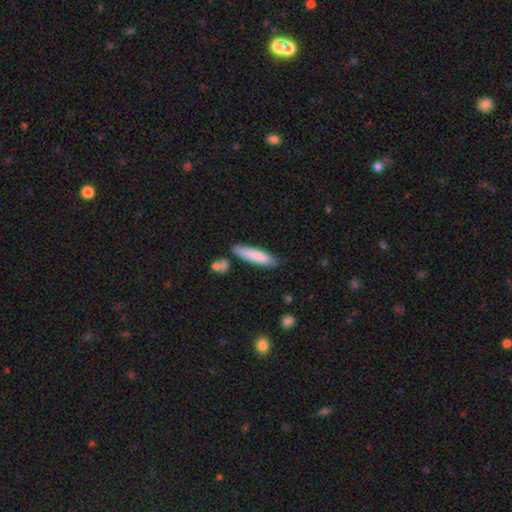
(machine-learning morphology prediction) This appears to be a smooth galaxy with no disk features (81%) that is cigar-shaped (79%). Merging: none (76%).